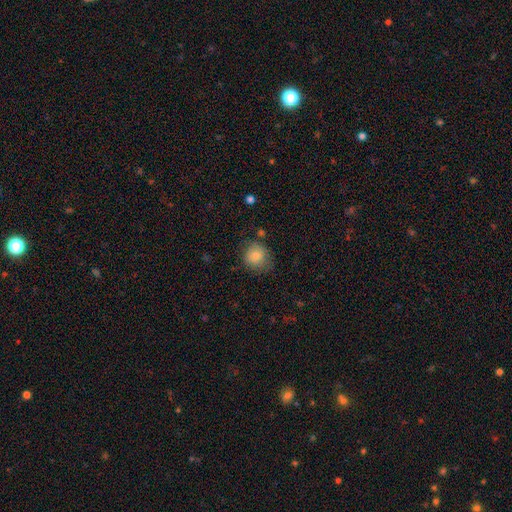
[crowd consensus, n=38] A smooth galaxy with no disk features (89%) that is round (79%). Merging: none (86%).